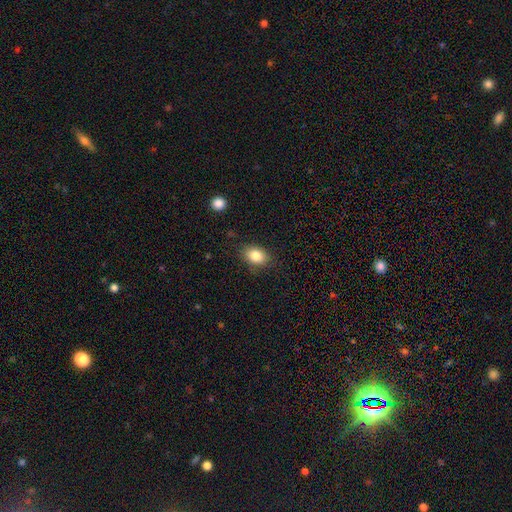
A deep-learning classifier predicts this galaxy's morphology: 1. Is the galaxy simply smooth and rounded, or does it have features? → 84% smooth, 8% star or artifact, 7% featured or disk.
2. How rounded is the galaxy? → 76% in between, 22% round, 1% cigar-shaped.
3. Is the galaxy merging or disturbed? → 82% none, 13% minor disturbance, 3% major disturbance, 1% merger.